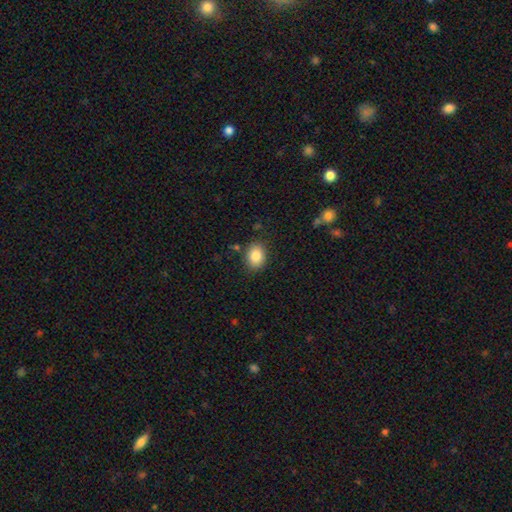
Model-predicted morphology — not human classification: smooth 86%, star or artifact 8%, featured or disk 6%. Down the decision tree: how rounded — in between (65%); merging — none (83%).